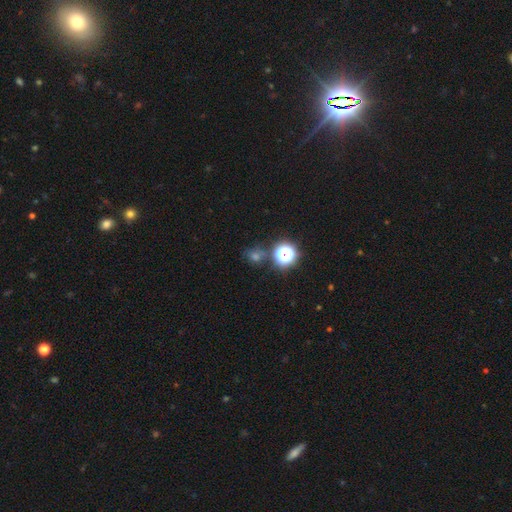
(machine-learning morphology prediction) A star or artifact, not a galaxy (48%).